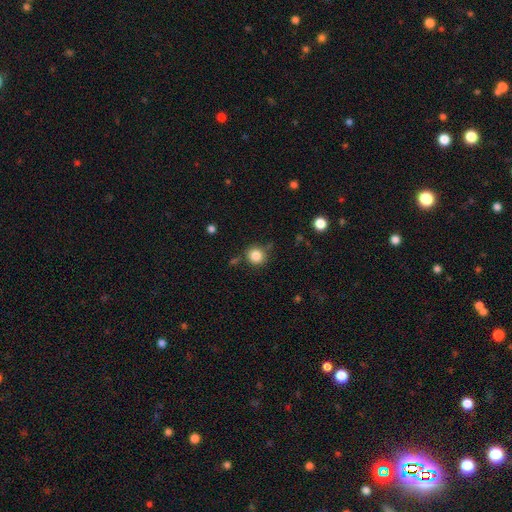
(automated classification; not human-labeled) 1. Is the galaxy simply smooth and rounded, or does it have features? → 85% smooth, 10% star or artifact, 4% featured or disk.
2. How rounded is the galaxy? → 90% round, 9% in between, 1% cigar-shaped.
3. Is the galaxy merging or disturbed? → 77% none, 12% minor disturbance, 6% merger, 4% major disturbance.